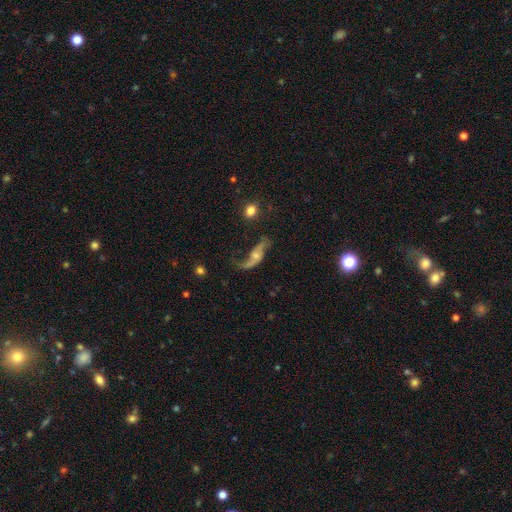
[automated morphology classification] smooth-or-featured: featured or disk: 79% | smooth: 14% | star or artifact: 7%
  disk-edge-on: no: 89% | yes: 11%
    bar: no: 59% | weak: 31% | strong: 11%
    has-spiral-arms: yes: 90% | no: 10%
      spiral-winding: loose: 90% | medium: 8% | tight: 2%
      spiral-arm-count: 2: 84% | 1: 11% | can't tell: 3% | 3: 1% | 4: 1% | more than 4: 1%
    bulge-size: small: 47% | moderate: 39% | none: 8% | large: 5% | dominant: 2%
  merging: none: 45% | major disturbance: 29% | minor disturbance: 21% | merger: 5%